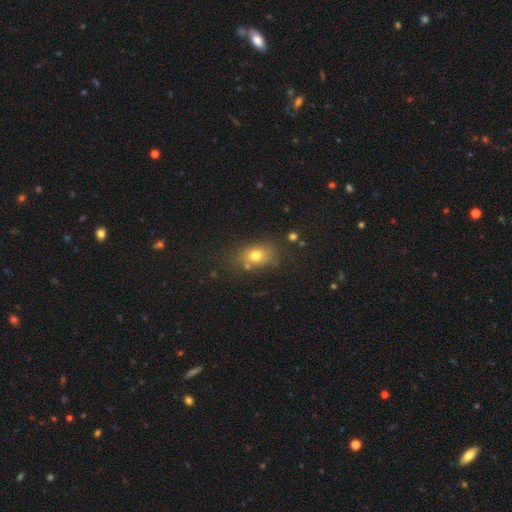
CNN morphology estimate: A smooth galaxy with no disk features (75%) that is in between round and cigar-shaped (70%).

Vote fractions:
- Smooth or featured? smooth: 75% / star or artifact: 13% / featured or disk: 12%
- How rounded? in between: 70% / round: 28% / cigar-shaped: 2%
- Merging? none: 72% / minor disturbance: 16% / merger: 6% / major disturbance: 6%